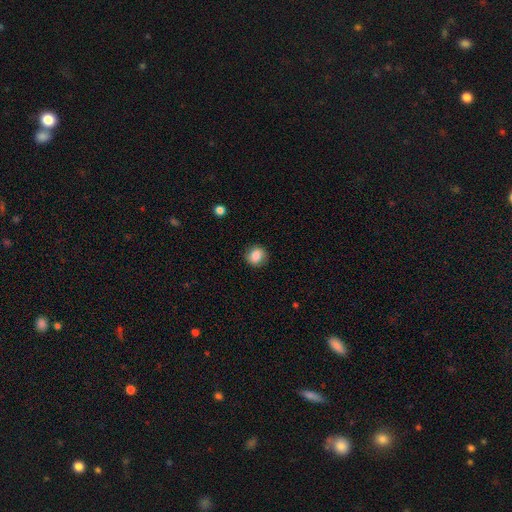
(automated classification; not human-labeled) smooth_or_featured: smooth (p=0.84) [alt: star or artifact p=0.09]
how_rounded: round (p=0.78) [alt: in between p=0.21]
merging: none (p=0.86) [alt: minor disturbance p=0.10]